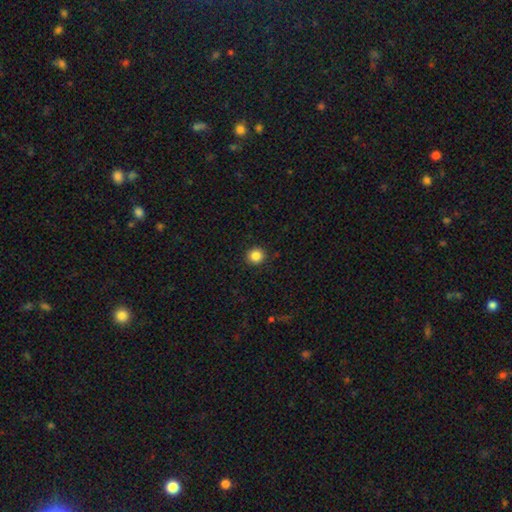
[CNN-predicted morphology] smooth-or-featured: smooth: 86% | star or artifact: 10% | featured or disk: 4%
  how-rounded: round: 93% | in between: 6% | cigar-shaped: 1%
  merging: none: 91% | minor disturbance: 6% | major disturbance: 2% | merger: 1%